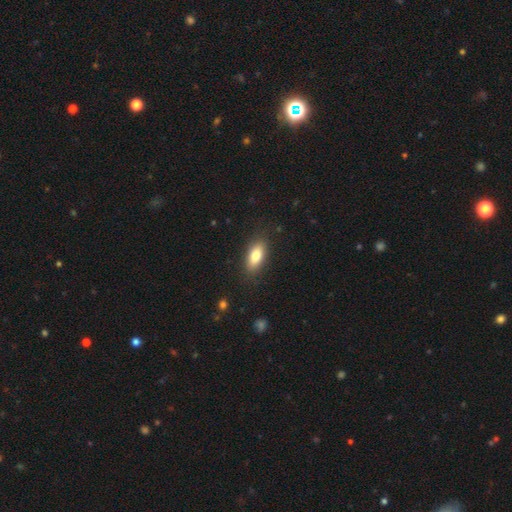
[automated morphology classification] The model was most divided on "smooth or featured": smooth: 79%, featured or disk: 14%, star or artifact: 7%. More confident: merging — none (85%); how rounded — in between (81%).